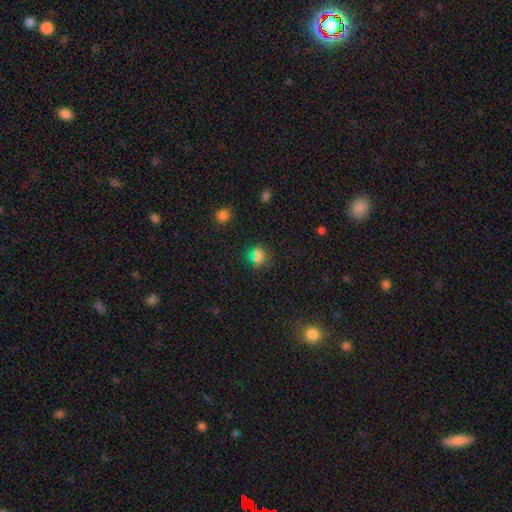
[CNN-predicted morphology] Smooth or featured: smooth — 64% (star or artifact — 29%)
How rounded: round — 83% (in between — 14%)
Merging: none — 87% (minor disturbance — 8%)